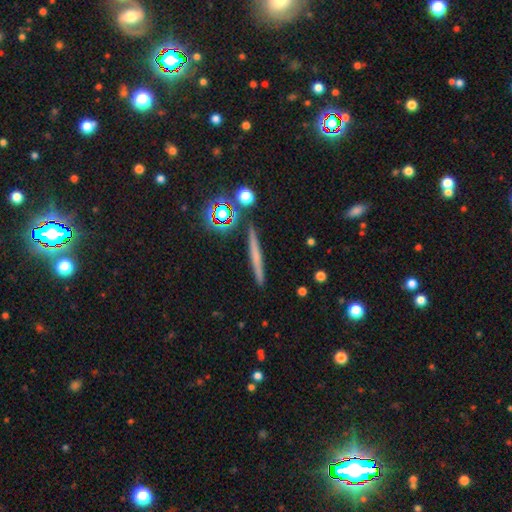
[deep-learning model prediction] A smooth galaxy with no disk features (44%). Merging: none (88%).